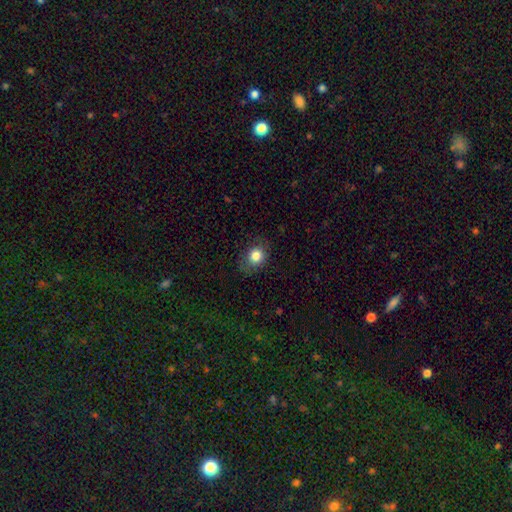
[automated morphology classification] Overall: smooth (82%). How rounded: round (56%; in between 43%). Merging: none (78%).